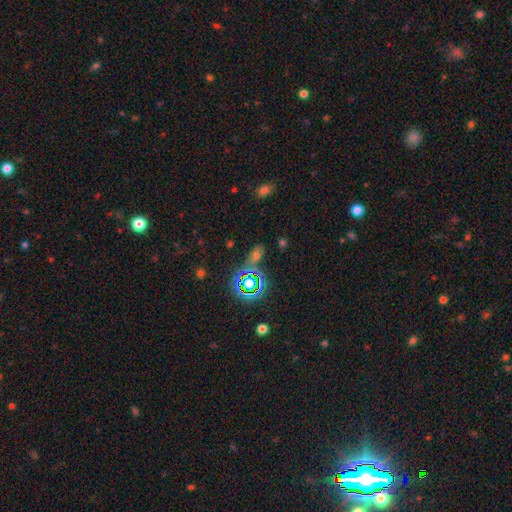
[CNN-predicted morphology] Smooth or featured? Predicted: star or artifact (p=0.50).